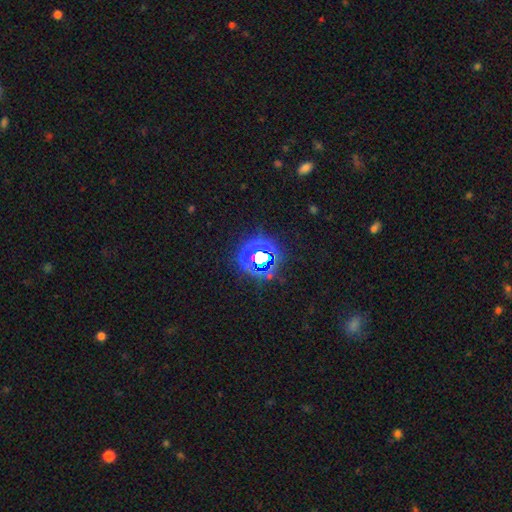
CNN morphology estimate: The model was most divided on "smooth or featured": star or artifact: 73%, smooth: 17%, featured or disk: 10%.